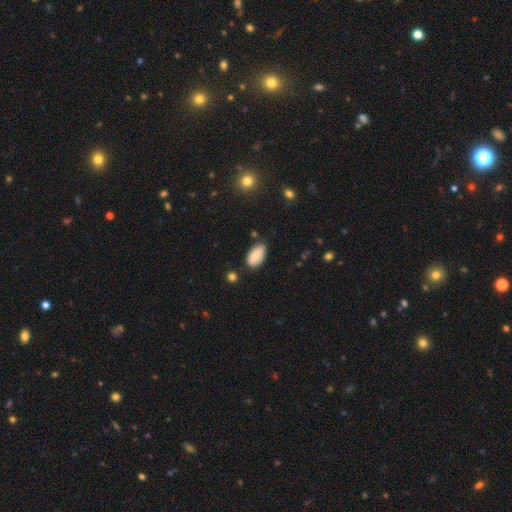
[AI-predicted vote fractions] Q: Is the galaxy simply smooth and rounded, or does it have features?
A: smooth — 83%.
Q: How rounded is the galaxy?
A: in between — 94%.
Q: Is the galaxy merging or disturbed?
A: none — 70%.